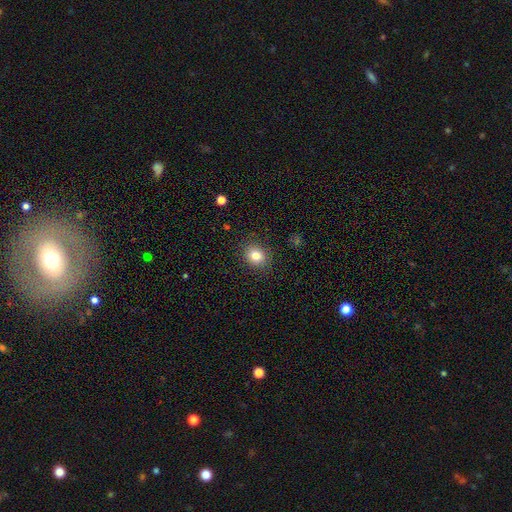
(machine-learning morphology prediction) smooth-or-featured: smooth: 80% | star or artifact: 11% | featured or disk: 8%
  how-rounded: round: 71% | in between: 28% | cigar-shaped: 1%
  merging: none: 88% | minor disturbance: 8% | major disturbance: 3% | merger: 1%